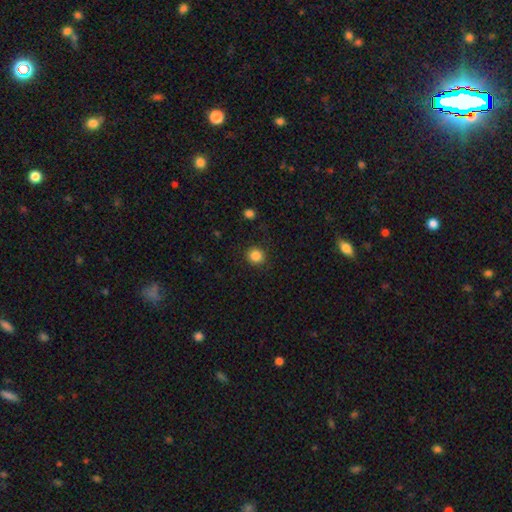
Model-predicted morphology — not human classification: Smooth or featured: smooth — 85% (star or artifact — 11%)
How rounded: round — 90% (in between — 9%)
Merging: none — 89% (minor disturbance — 8%)